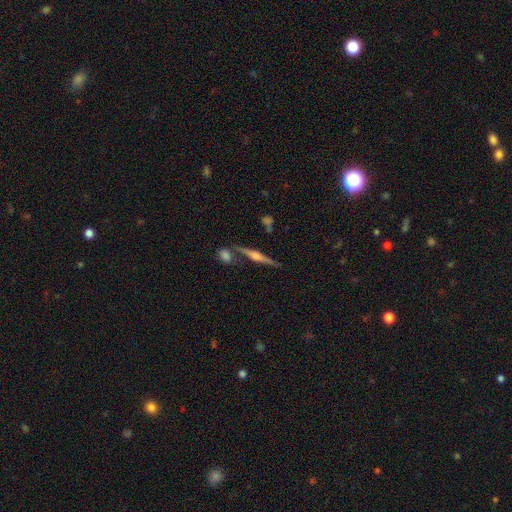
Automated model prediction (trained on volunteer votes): Q: Smooth or featured?
A: featured or disk (80%); runner-up: smooth (14%)
Q: Edge-on disk?
A: yes (98%); runner-up: no (2%)
Q: Edge-on bulge?
A: rounded (90%); runner-up: boxy (7%)
Q: Merging?
A: none (80%); runner-up: merger (9%)